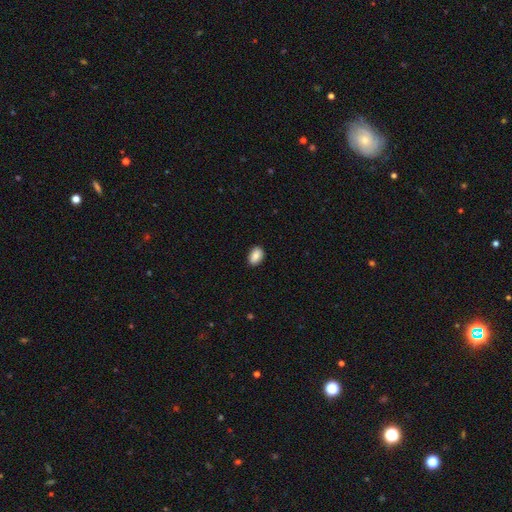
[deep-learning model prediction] This is clearly a smooth galaxy (87%). How rounded: clearly in between (87%). Merging: clearly none (88%).